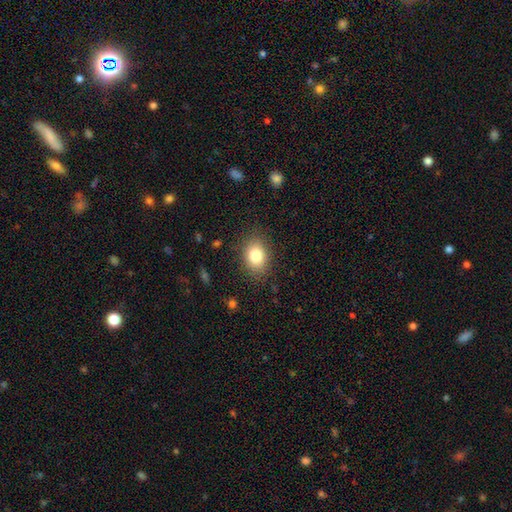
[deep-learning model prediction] This appears to be a smooth galaxy with no disk features (81%) that is in between round and cigar-shaped (69%). Merging: none (85%).